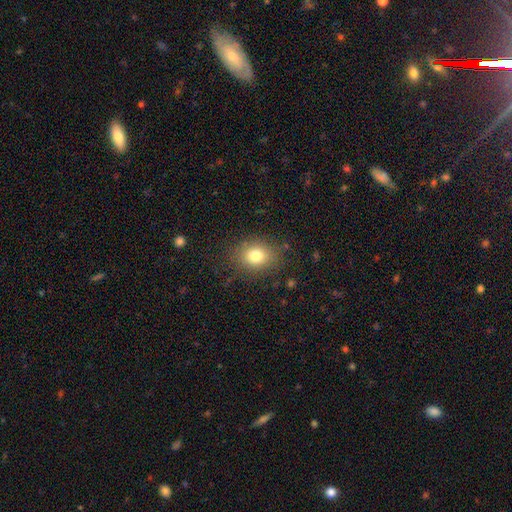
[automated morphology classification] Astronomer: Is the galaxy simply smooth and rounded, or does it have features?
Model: smooth — 78%.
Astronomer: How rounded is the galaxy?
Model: round — 57% (runner-up: in between, 42%).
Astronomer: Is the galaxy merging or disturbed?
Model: none — 83%.